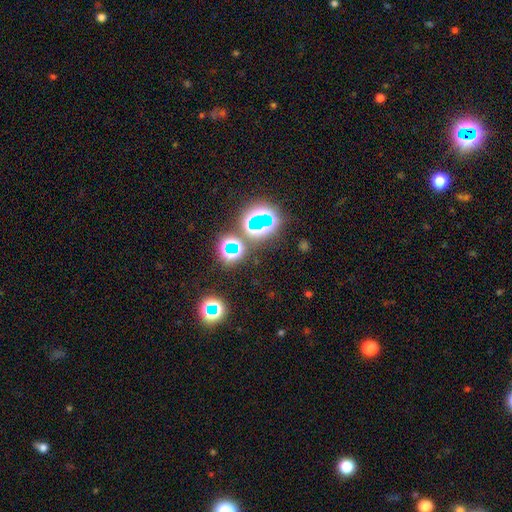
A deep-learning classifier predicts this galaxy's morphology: A star or artifact, not a galaxy (59%).